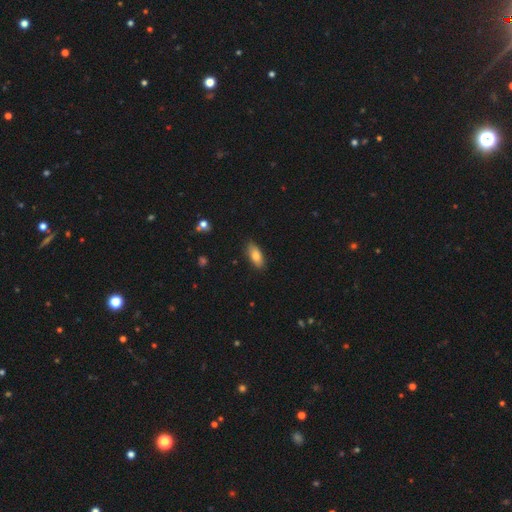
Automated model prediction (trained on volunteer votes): The model was most divided on "smooth or featured": smooth: 80%, featured or disk: 13%, star or artifact: 7%. More confident: merging — none (87%); how rounded — in between (82%).